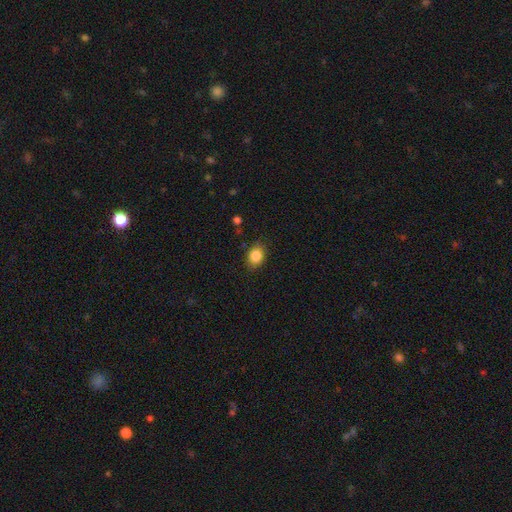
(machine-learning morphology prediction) Smooth or featured: smooth — 86% (star or artifact — 9%)
How rounded: in between — 62% (round — 37%)
Merging: none — 83% (minor disturbance — 13%)